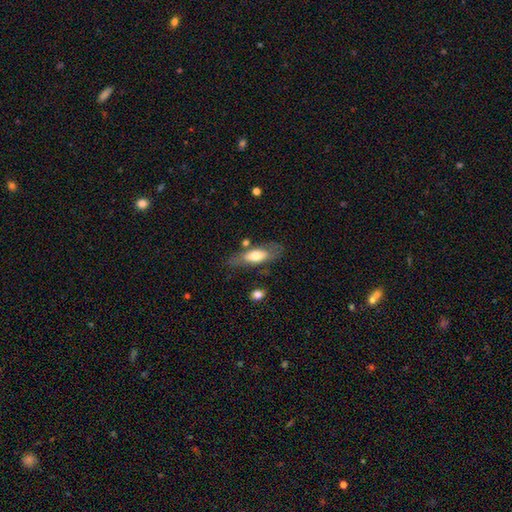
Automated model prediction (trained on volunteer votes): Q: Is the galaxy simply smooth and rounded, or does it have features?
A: smooth — 58%.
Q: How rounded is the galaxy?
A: in between — 69%.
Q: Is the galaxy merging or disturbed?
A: none — 67%.